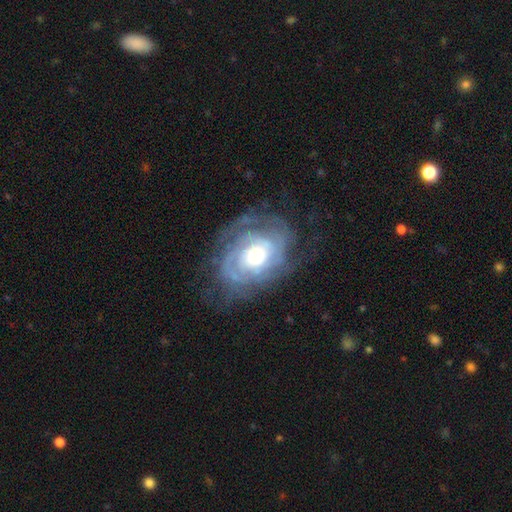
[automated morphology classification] A featured or disk galaxy (82%) with no bar (74%), tight (64%) spiral arms (89%) and a moderate central bulge (61%). Merging: none (61%).